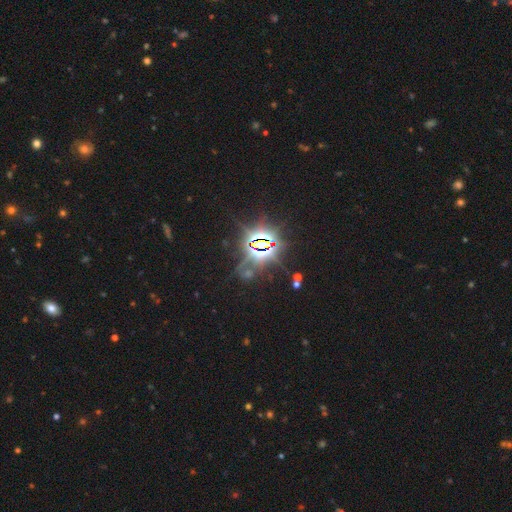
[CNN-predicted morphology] star or artifact 86%, smooth 8%, featured or disk 7%.